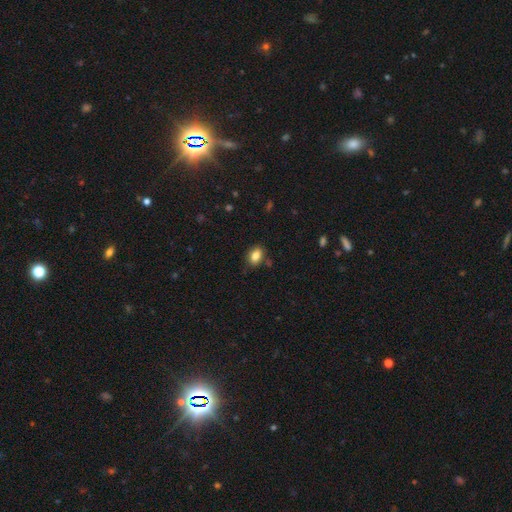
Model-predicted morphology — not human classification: This appears to be a smooth galaxy with no disk features (83%) that is in between round and cigar-shaped (80%). Merging: none (81%).